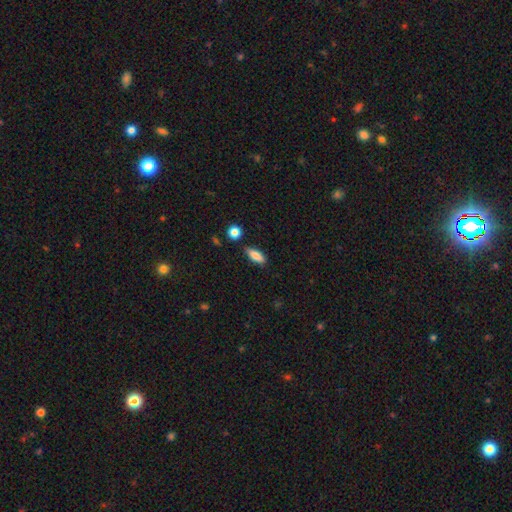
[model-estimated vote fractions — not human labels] Smooth or featured? smooth (82%)
How rounded? in between (73%)
Merging? none (83%)